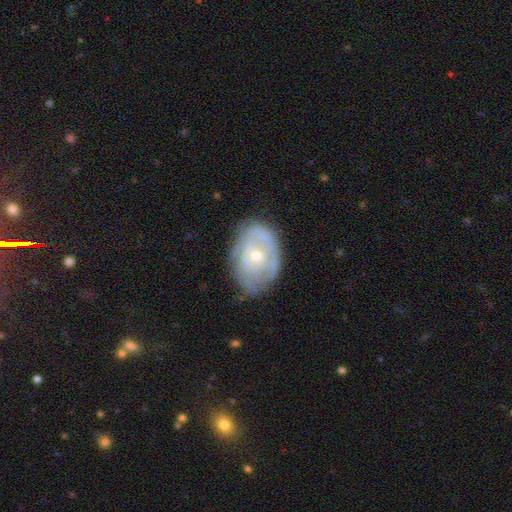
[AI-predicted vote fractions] smooth_or_featured: featured or disk (p=0.71) [alt: smooth p=0.23]
disk_edge_on: no (p=0.96) [alt: yes p=0.04]
bar: no (p=0.79) [alt: weak p=0.18]
has_spiral_arms: yes (p=0.74) [alt: no p=0.26]
bulge_size: small (p=0.56) [alt: moderate p=0.40]
merging: none (p=0.67) [alt: minor disturbance p=0.24]